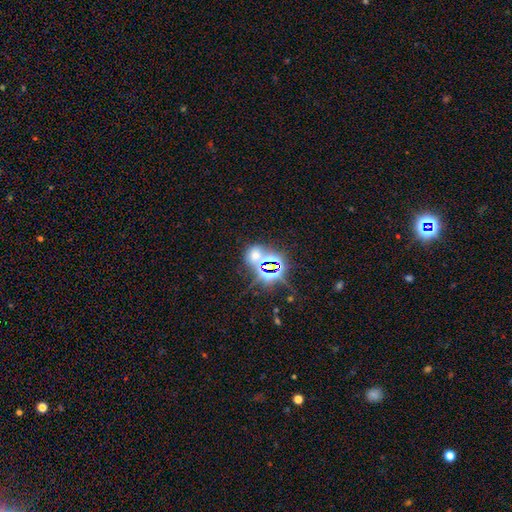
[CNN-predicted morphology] smooth-or-featured: star or artifact: 53% | smooth: 38% | featured or disk: 9%